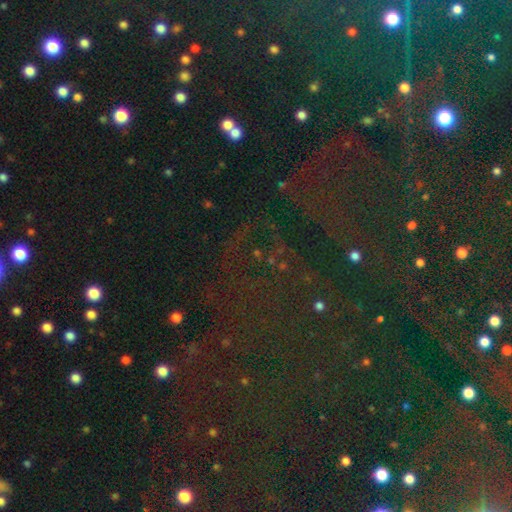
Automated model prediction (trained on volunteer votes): smooth-or-featured: star or artifact: 81% | smooth: 11% | featured or disk: 7%